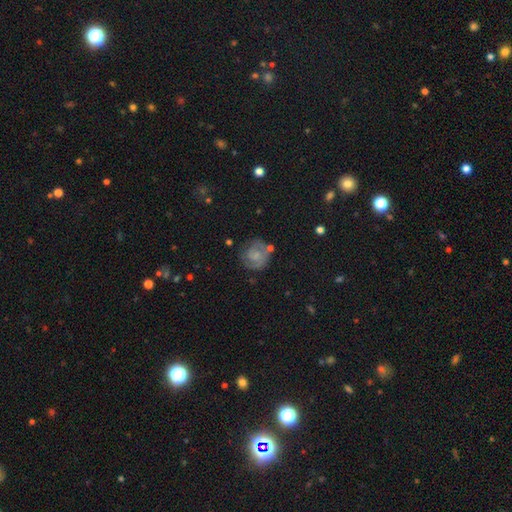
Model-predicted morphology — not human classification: The model was most divided on "smooth or featured": featured or disk: 52%, smooth: 39%, star or artifact: 9%. Remaining: edge-on disk — no (98%); spiral arms — yes (72%); bar — no (69%); merging — none (61%); bulge size — small (41%).